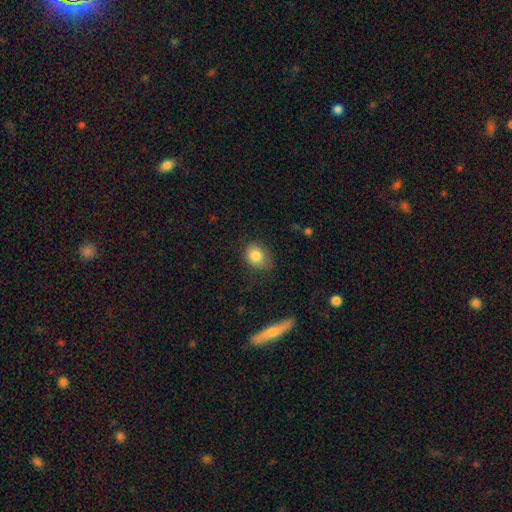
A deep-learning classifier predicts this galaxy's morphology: Smooth or featured? smooth (83%)
How rounded? round (54%)
Merging? none (75%)